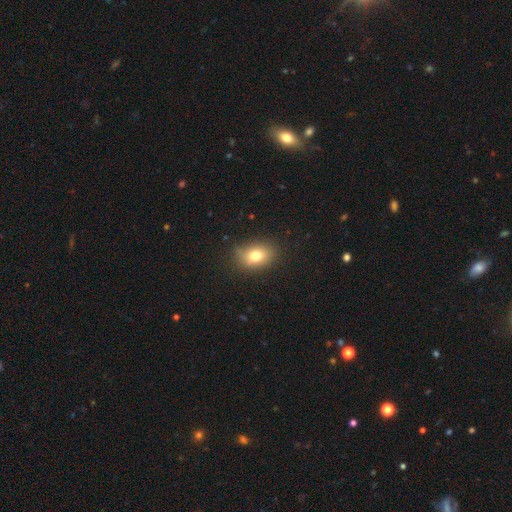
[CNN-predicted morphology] type=smooth (77%); roundness=in between (72%); merging=none (81%).